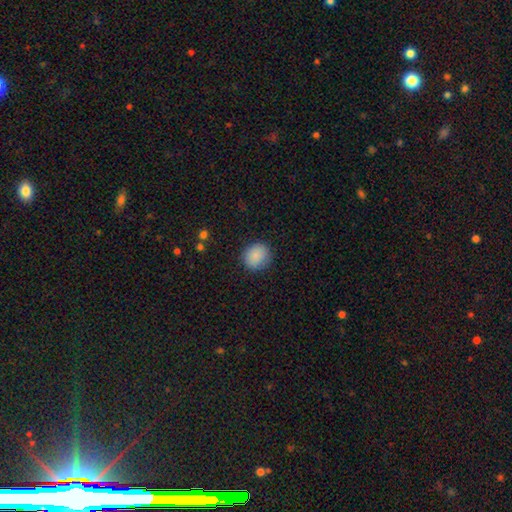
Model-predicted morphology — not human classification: The model was most divided on "how rounded": round: 80%, in between: 19%, cigar-shaped: 1%. More confident: smooth or featured — smooth (89%); merging — none (88%).